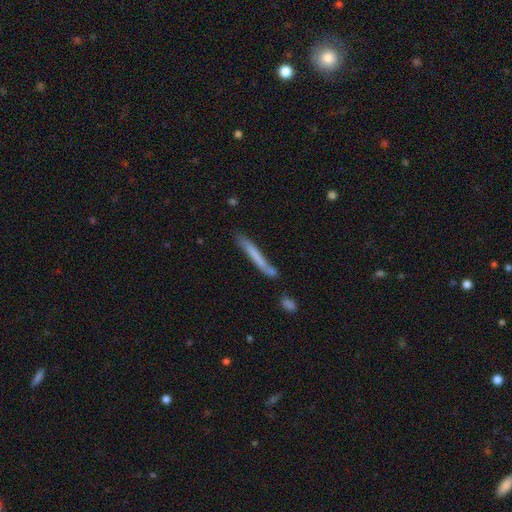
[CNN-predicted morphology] Smooth or featured?
  - smooth: 65% *
  - featured or disk: 28%
  - star or artifact: 7%
How rounded?
  - cigar-shaped: 95% *
  - in between: 3%
  - round: 1%
Merging?
  - none: 62% *
  - minor disturbance: 19%
  - merger: 13%
  - major disturbance: 7%